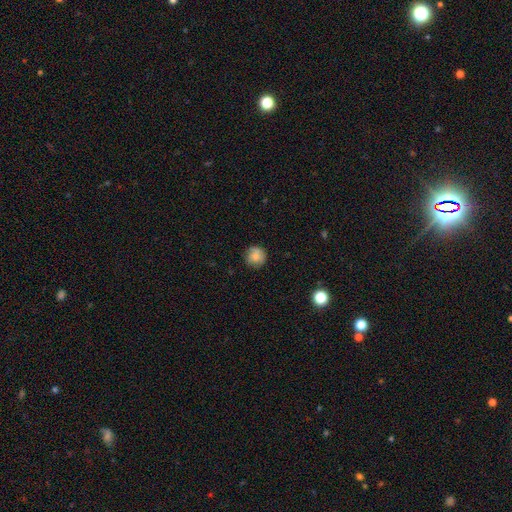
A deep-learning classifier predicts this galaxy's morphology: Smooth or featured? Predicted: smooth (p=0.75). How rounded? Predicted: round (p=0.91). Merging? Predicted: none (p=0.77).